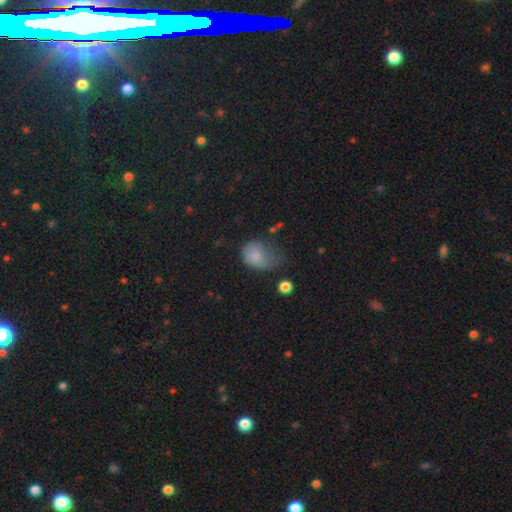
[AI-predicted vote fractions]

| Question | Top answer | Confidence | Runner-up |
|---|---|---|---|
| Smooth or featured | smooth | 78% | featured or disk (13%) |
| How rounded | in between | 63% | round (36%) |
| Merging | major disturbance | 40% | minor disturbance (34%) |